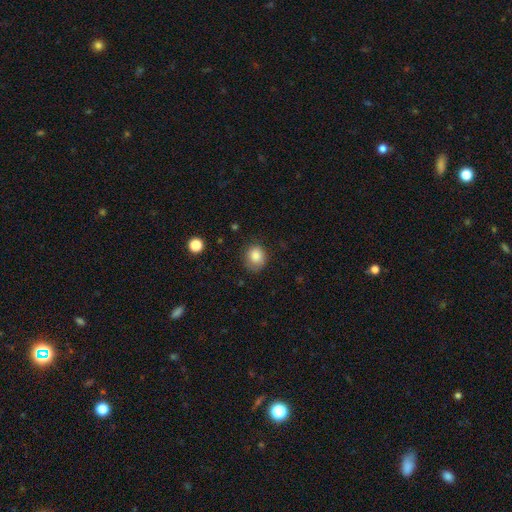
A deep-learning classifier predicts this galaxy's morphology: Overall: smooth (84%). How rounded: round (69%; in between 30%). Merging: none (70%).